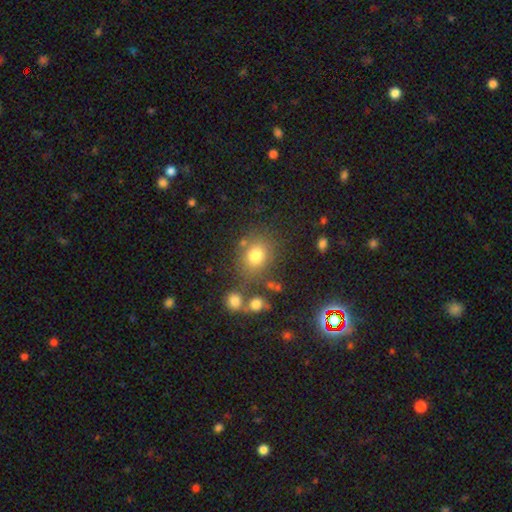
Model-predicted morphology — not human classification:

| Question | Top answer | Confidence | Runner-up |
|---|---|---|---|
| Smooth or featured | smooth | 76% | star or artifact (14%) |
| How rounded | round | 68% | in between (31%) |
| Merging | none | 69% | minor disturbance (12%) |